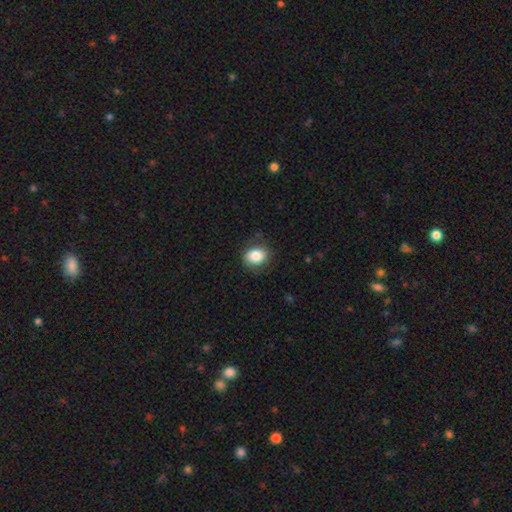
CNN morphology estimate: smooth-or-featured: smooth: 85% | star or artifact: 9% | featured or disk: 7%
  how-rounded: round: 50% | in between: 49% | cigar-shaped: 1%
  merging: none: 81% | minor disturbance: 14% | major disturbance: 4% | merger: 1%